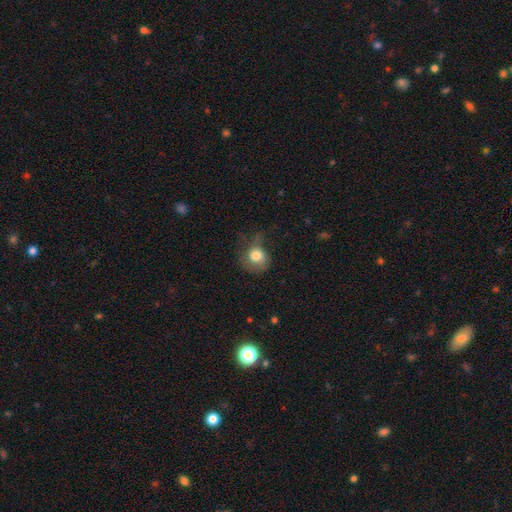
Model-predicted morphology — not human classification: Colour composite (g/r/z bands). It shows a smooth galaxy with no disk features (75%) that is round (73%). Merging: none (36%).